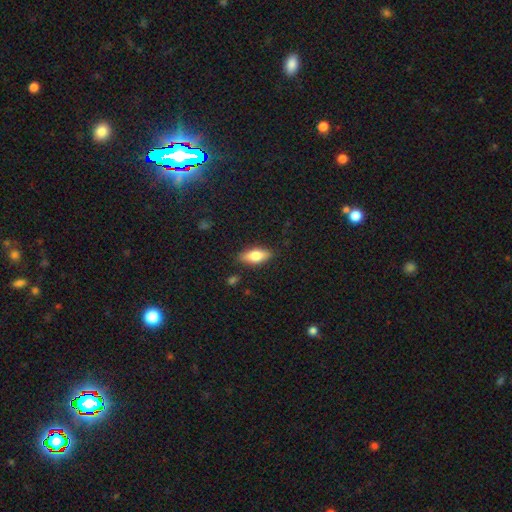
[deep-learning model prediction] Smooth or featured?
  - smooth: 71% *
  - featured or disk: 22%
  - star or artifact: 7%
How rounded?
  - in between: 78% *
  - cigar-shaped: 18%
  - round: 3%
Merging?
  - none: 85% *
  - minor disturbance: 11%
  - major disturbance: 2%
  - merger: 1%